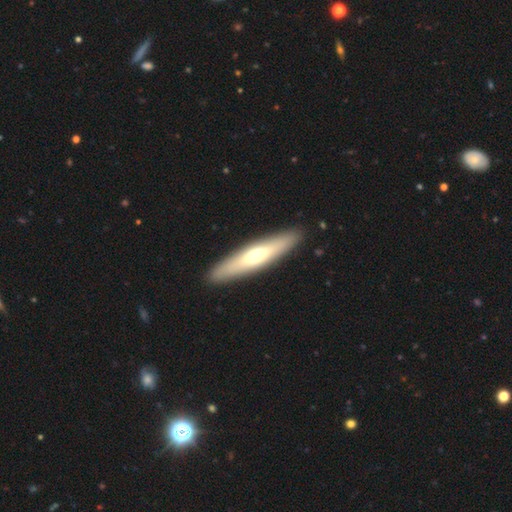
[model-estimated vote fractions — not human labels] Overall: smooth (49%; featured or disk 46%). Merging: none (91%).